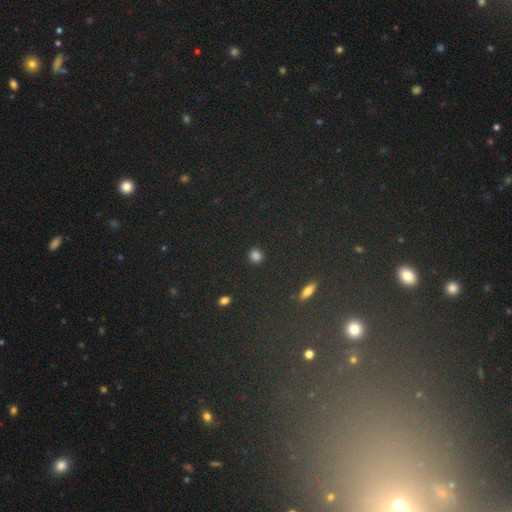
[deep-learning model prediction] Q: Smooth or featured?
A: smooth (83%); runner-up: star or artifact (13%)
Q: How rounded?
A: round (88%); runner-up: in between (11%)
Q: Merging?
A: none (90%); runner-up: minor disturbance (6%)